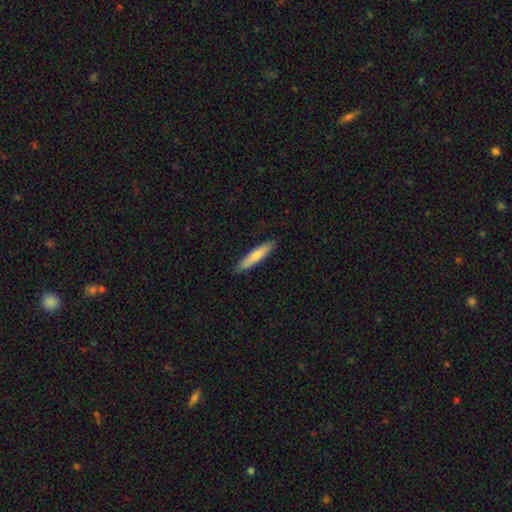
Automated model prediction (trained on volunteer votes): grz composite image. It shows a smooth galaxy with no disk features (77%) that is cigar-shaped (88%). Merging: none (89%).